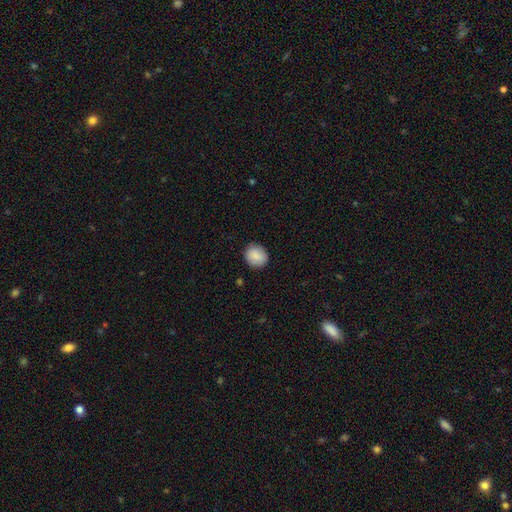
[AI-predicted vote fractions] Smooth or featured? smooth (86%)
How rounded? round (78%)
Merging? none (88%)